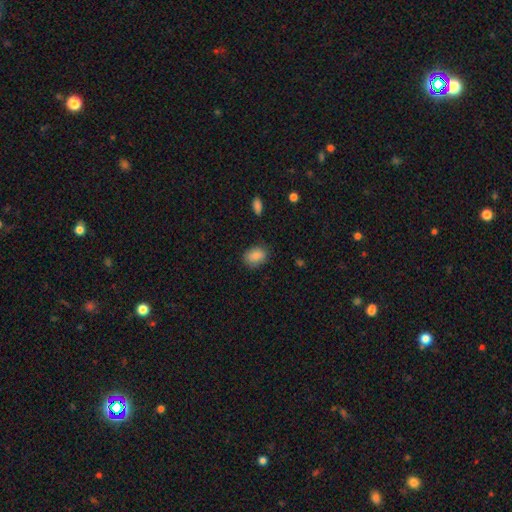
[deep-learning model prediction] A smooth galaxy with no disk features (87%) that is in between round and cigar-shaped (77%).

Vote fractions:
- Smooth or featured? smooth: 87% / star or artifact: 8% / featured or disk: 5%
- How rounded? in between: 77% / round: 22% / cigar-shaped: 1%
- Merging? none: 80% / minor disturbance: 15% / major disturbance: 4% / merger: 1%